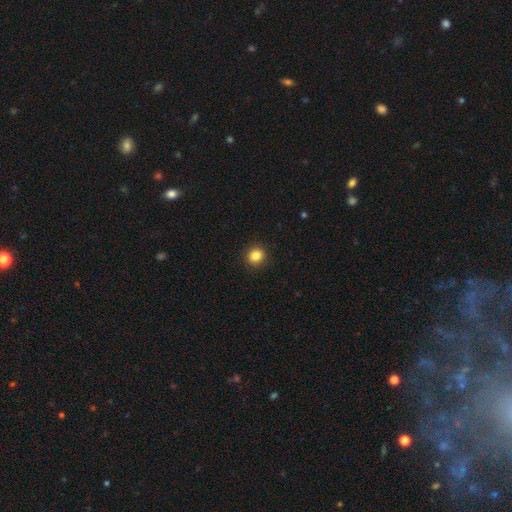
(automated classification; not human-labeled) This appears to be a smooth galaxy with no disk features (85%) that is round (92%). Merging: none (92%).